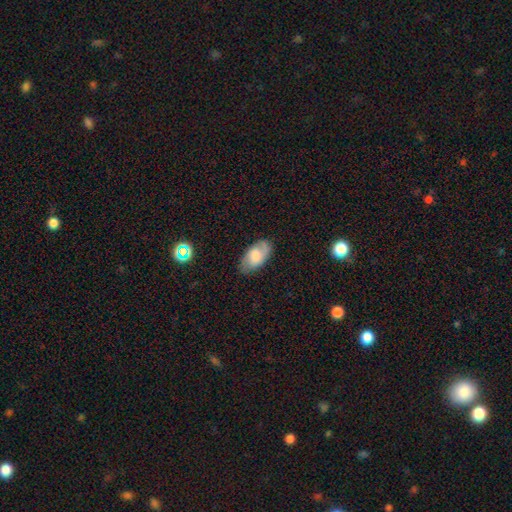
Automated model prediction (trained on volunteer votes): Smooth or featured? Predicted: smooth (p=0.54). How rounded? Predicted: in between (p=0.93). Merging? Predicted: none (p=0.79).